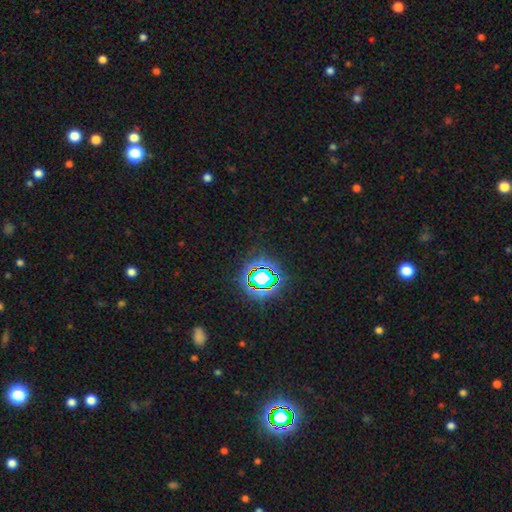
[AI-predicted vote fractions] Morphology: type=star or artifact (81%).